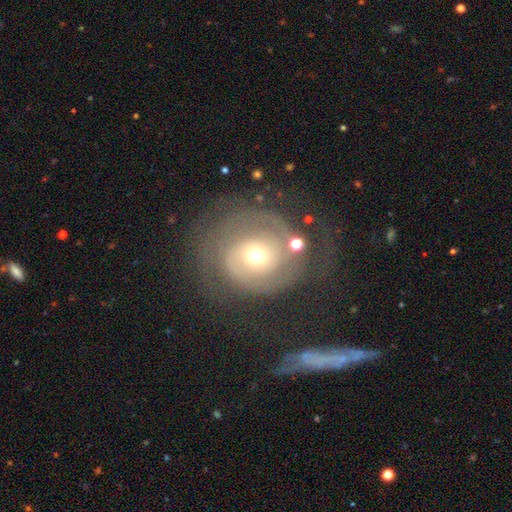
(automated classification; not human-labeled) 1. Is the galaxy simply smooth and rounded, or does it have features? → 74% featured or disk, 18% smooth, 8% star or artifact.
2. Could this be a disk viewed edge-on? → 97% no, 3% yes.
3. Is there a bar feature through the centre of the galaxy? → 75% no, 20% weak, 5% strong.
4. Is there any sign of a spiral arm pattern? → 85% yes, 15% no.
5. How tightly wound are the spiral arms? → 57% tight, 30% medium, 13% loose.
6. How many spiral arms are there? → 56% 2, 22% can't tell, 11% 1, 6% 3, 3% 4, 3% more than 4.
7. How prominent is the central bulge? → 59% moderate, 34% small, 5% large, 1% dominant, 1% none.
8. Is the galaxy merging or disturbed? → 55% none, 21% major disturbance, 18% minor disturbance, 6% merger.